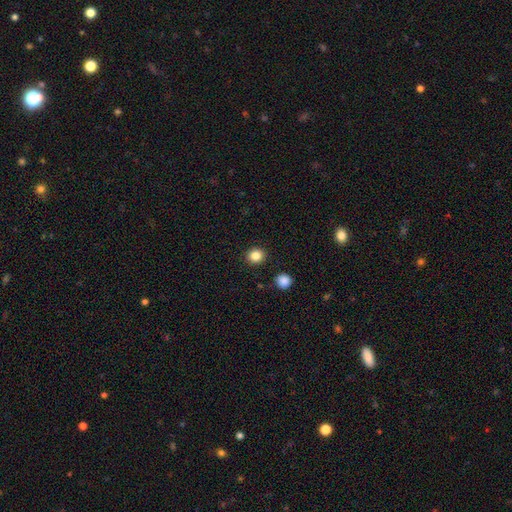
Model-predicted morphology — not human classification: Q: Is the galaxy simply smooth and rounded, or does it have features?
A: smooth — 85%.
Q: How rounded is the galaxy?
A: round — 85%.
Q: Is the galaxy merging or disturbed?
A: none — 91%.